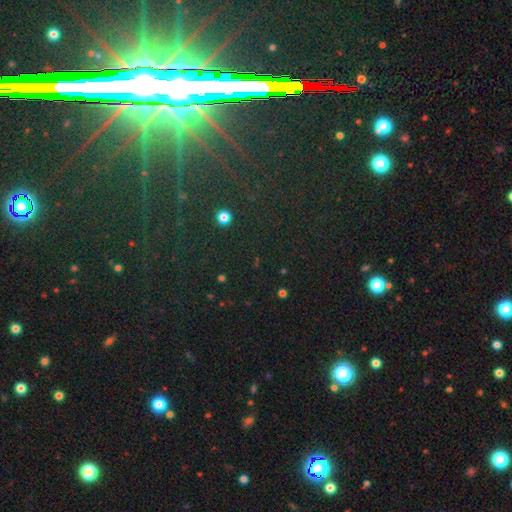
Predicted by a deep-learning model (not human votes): smooth-or-featured: star or artifact: 74% | featured or disk: 14% | smooth: 12%